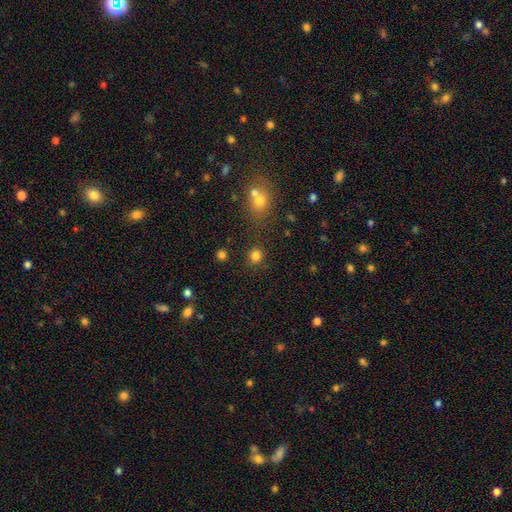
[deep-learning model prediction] This is clearly a smooth galaxy (81%). How rounded: clearly round (89%). Merging: clearly none (82%).